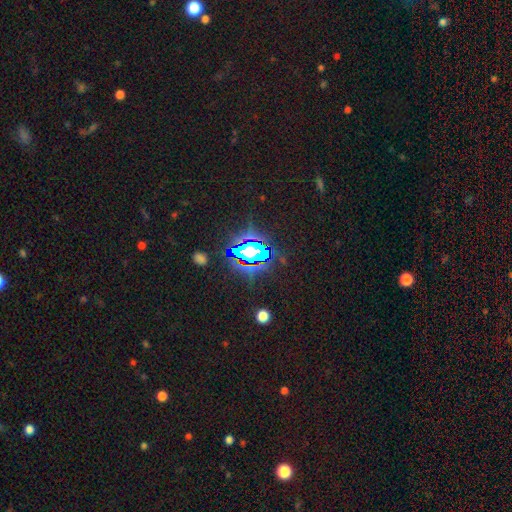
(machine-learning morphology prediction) The model was most divided on "smooth or featured": star or artifact: 66%, smooth: 21%, featured or disk: 13%.